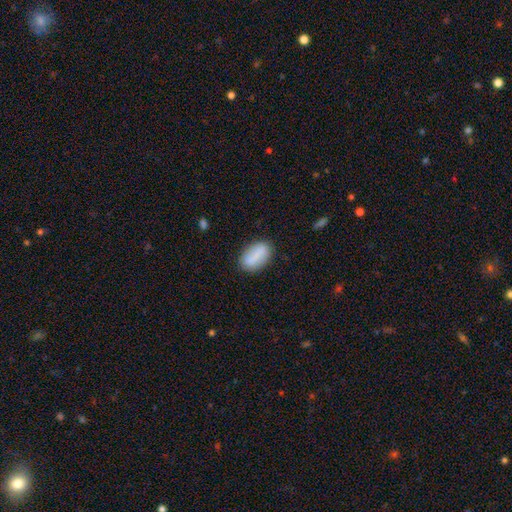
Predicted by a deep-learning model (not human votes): Overall: smooth (80%). How rounded: in between (89%). Merging: none (81%).